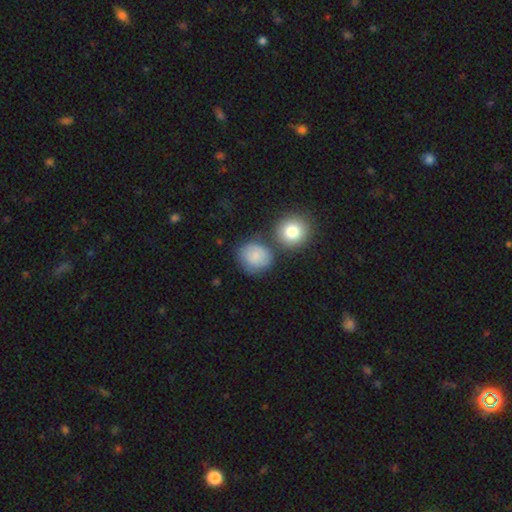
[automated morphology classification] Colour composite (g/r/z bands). It shows a smooth galaxy with no disk features (78%) that is round (80%). Merging: none (62%).